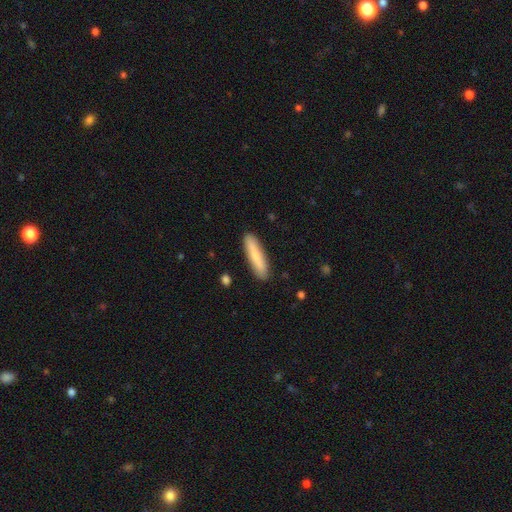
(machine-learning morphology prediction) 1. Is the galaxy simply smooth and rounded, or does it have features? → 80% smooth, 14% featured or disk, 6% star or artifact.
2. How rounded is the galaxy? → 84% cigar-shaped, 15% in between, 1% round.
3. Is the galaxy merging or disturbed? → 89% none, 8% minor disturbance, 2% major disturbance, 1% merger.